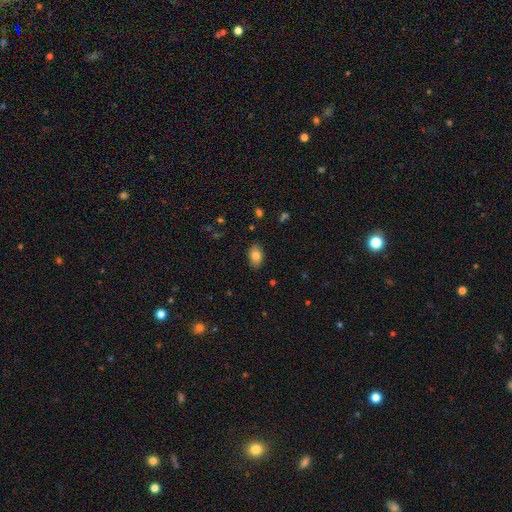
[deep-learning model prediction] Smooth or featured? smooth (81%)
How rounded? in between (89%)
Merging? none (86%)